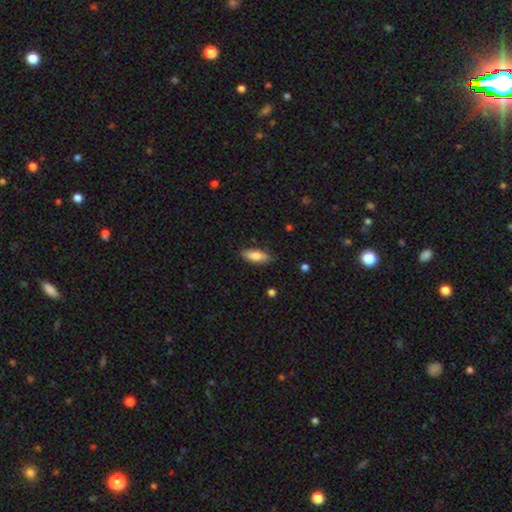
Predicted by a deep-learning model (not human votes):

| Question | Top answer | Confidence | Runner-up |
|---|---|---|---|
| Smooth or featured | smooth | 82% | featured or disk (12%) |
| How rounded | in between | 80% | cigar-shaped (18%) |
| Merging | none | 83% | minor disturbance (13%) |